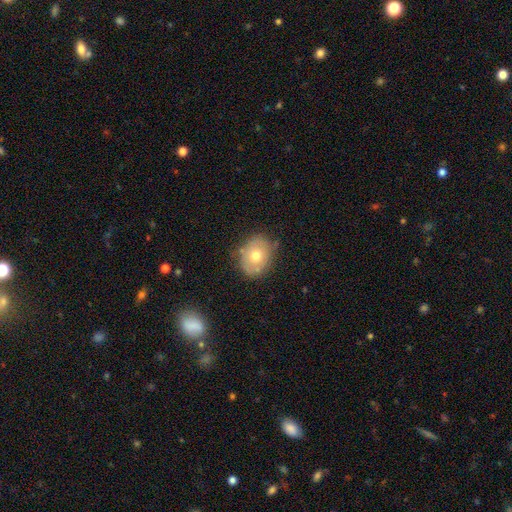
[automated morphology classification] Smooth or featured? smooth (66%)
How rounded? in between (52%)
Merging? none (71%)